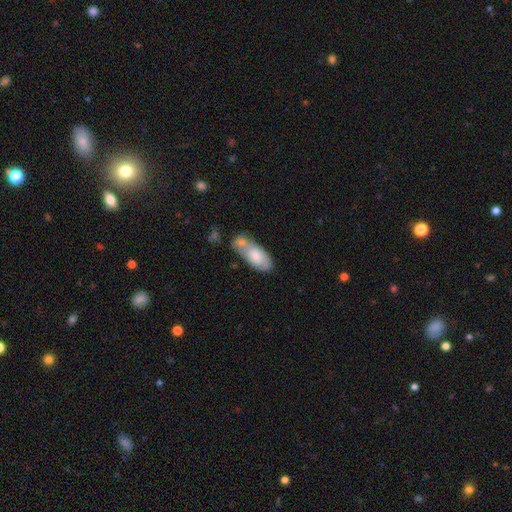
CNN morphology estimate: The model was most divided on "merging": merger: 48%, none: 30%, minor disturbance: 16%, major disturbance: 6%. More confident: how rounded — in between (85%); smooth or featured — smooth (66%).